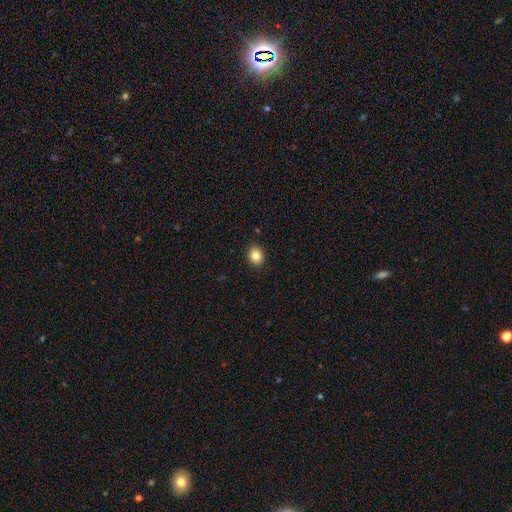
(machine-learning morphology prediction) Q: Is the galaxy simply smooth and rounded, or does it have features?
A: smooth — 84%.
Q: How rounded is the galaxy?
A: round — 73%.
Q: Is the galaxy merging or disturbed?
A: none — 91%.